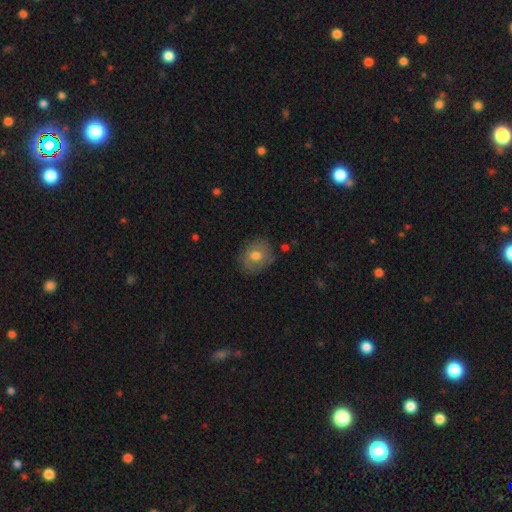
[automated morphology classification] Smooth or featured? Predicted: smooth (p=0.73). How rounded? Predicted: round (p=0.67). Merging? Predicted: none (p=0.80).